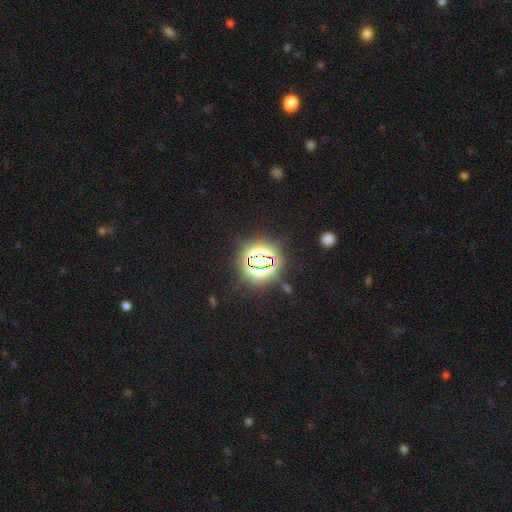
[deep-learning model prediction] Smooth or featured: star or artifact — 78% (smooth — 13%)